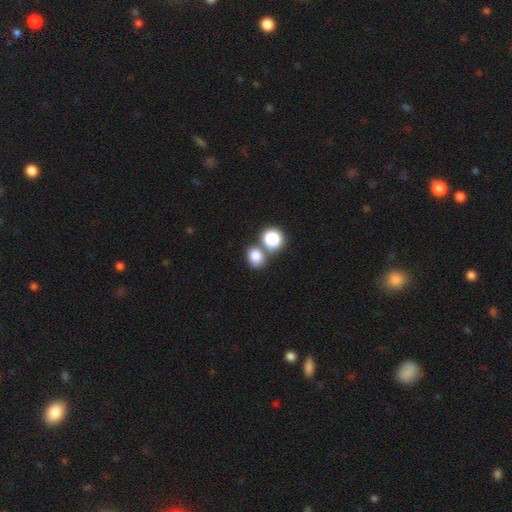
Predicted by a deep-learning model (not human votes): Q: Smooth or featured?
A: smooth (78%); runner-up: star or artifact (15%)
Q: How rounded?
A: round (53%); runner-up: in between (46%)
Q: Merging?
A: none (61%); runner-up: merger (25%)